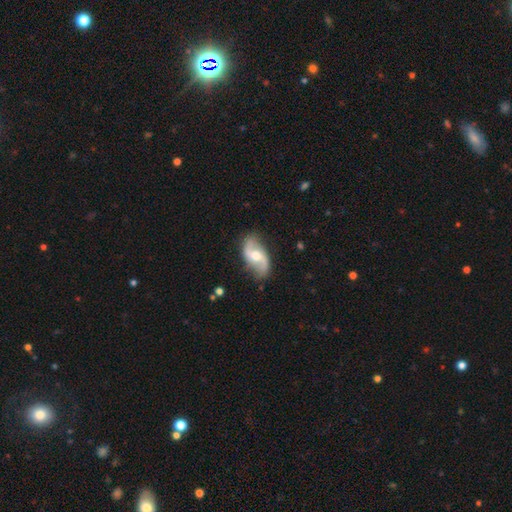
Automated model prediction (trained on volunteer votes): This appears to be a featured or disk galaxy (80%) with no bar (45%), 2 (92%) loose (64%) spiral arms (92%) and a moderate central bulge (71%). Merging: none (80%).